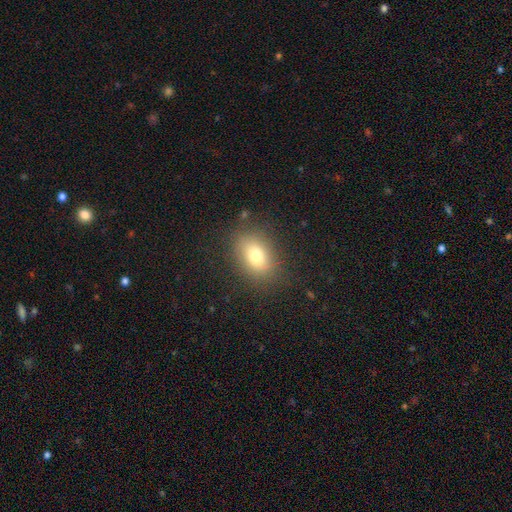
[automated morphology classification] This is likely a smooth galaxy (77%). How rounded: likely in between (73%). Merging: clearly none (83%).